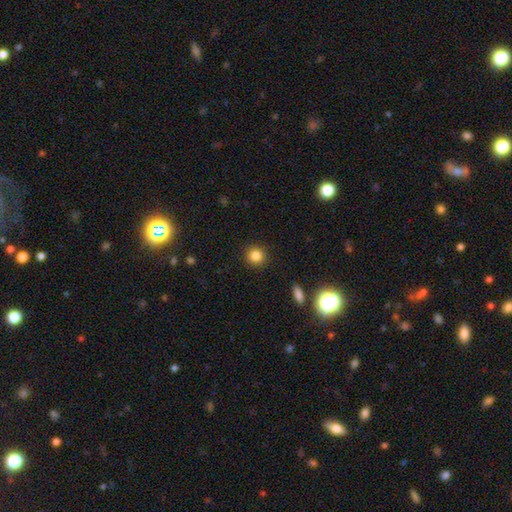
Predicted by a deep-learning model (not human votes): A smooth galaxy with no disk features (84%) that is round (92%). Merging: none (91%).